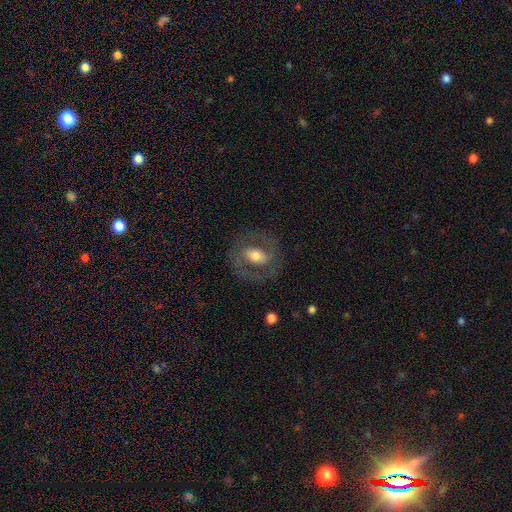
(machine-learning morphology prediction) Q: Smooth or featured?
A: featured or disk (64%); runner-up: smooth (30%)
Q: Edge-on disk?
A: no (94%); runner-up: yes (6%)
Q: Bar?
A: weak (36%); runner-up: no (33%)
Q: Spiral arms?
A: yes (52%); runner-up: no (48%)
Q: Bulge size?
A: moderate (62%); runner-up: large (18%)
Q: Merging?
A: none (78%); runner-up: minor disturbance (12%)